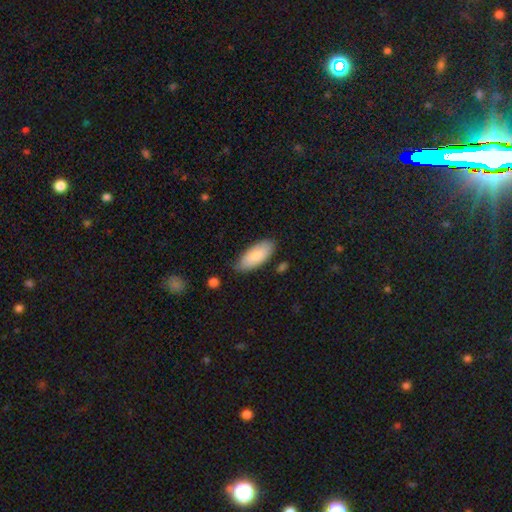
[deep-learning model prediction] Smooth or featured? smooth (84%)
How rounded? in between (87%)
Merging? none (76%)